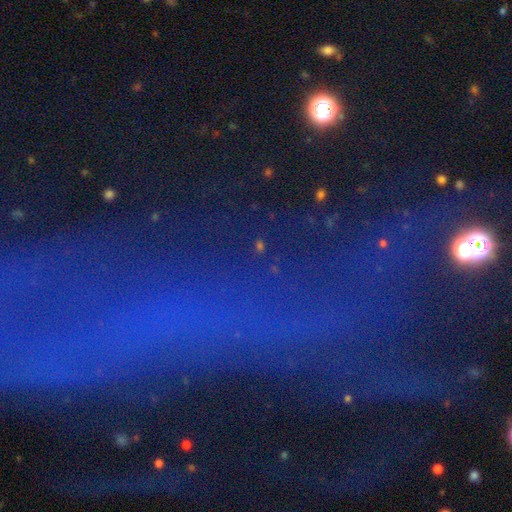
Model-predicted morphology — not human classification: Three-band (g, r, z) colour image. It shows a star or artifact, not a galaxy (66%).